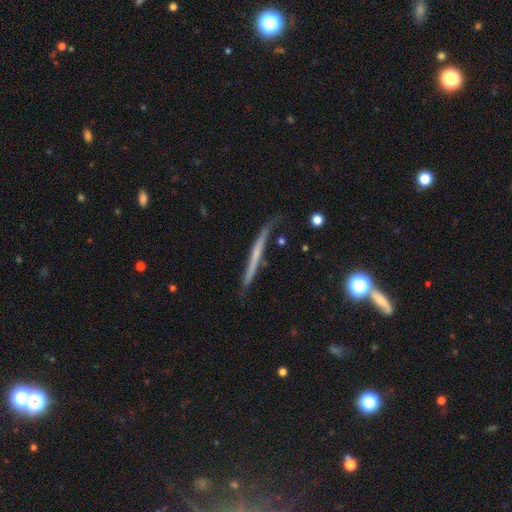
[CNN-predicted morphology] A featured or disk galaxy (59%) viewed edge-on (93%) with no central bulge (76%). Merging: none (69%).